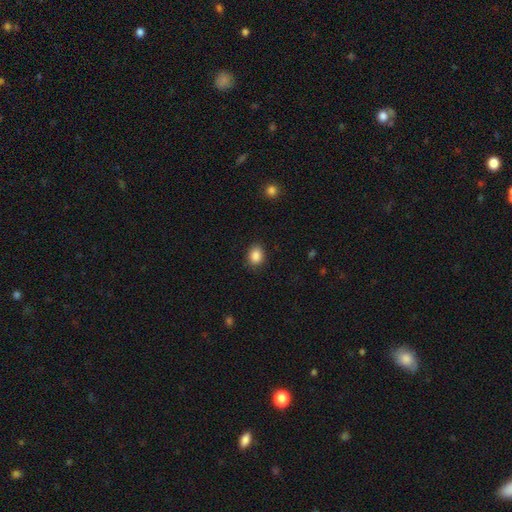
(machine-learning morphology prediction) Smooth or featured: smooth — 88% (star or artifact — 9%)
How rounded: in between — 55% (round — 44%)
Merging: none — 87% (minor disturbance — 9%)